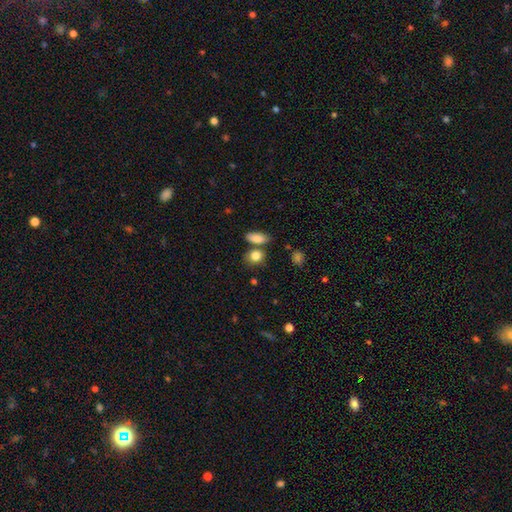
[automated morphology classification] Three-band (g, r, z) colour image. It shows a smooth galaxy with no disk features (84%) that is round (50%). Merging: none (63%).